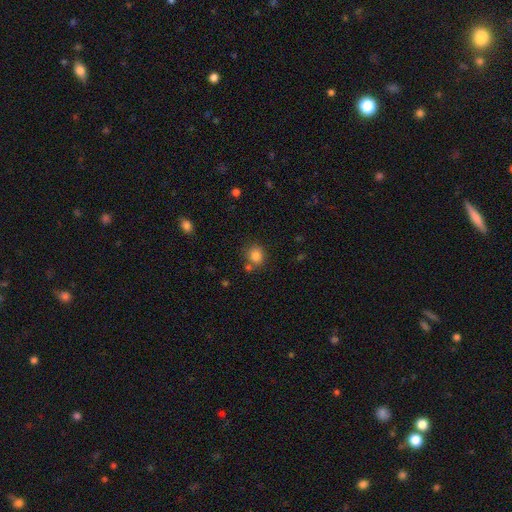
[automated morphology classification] Smooth or featured? Predicted: smooth (p=0.83). How rounded? Predicted: round (p=0.80). Merging? Predicted: none (p=0.71).